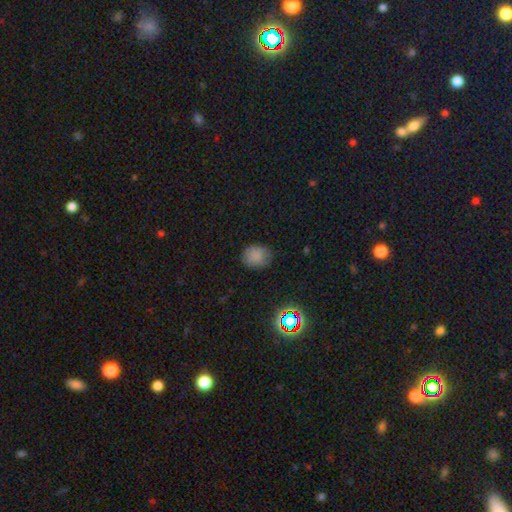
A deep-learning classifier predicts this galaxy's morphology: Smooth or featured? Predicted: smooth (p=0.79). How rounded? Predicted: round (p=0.57). Merging? Predicted: none (p=0.76).